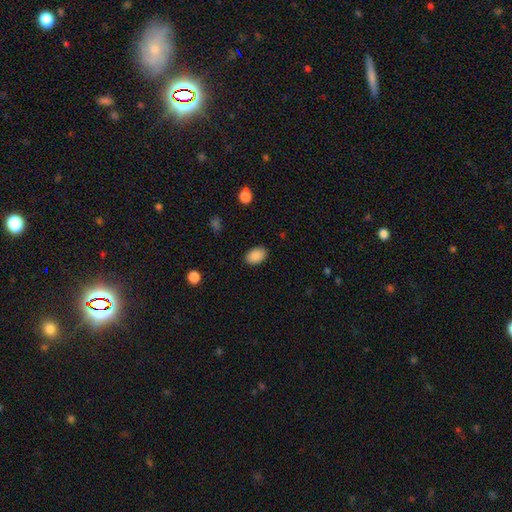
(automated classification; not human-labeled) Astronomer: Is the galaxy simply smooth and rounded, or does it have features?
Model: smooth — 89%.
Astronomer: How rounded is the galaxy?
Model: in between — 85%.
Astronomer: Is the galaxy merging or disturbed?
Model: none — 87%.